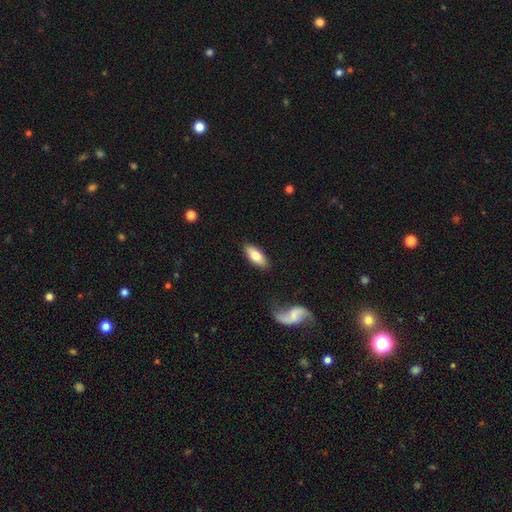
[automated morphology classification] smooth-or-featured: smooth: 71% | featured or disk: 23% | star or artifact: 6%
  how-rounded: in between: 79% | cigar-shaped: 19% | round: 2%
  merging: none: 86% | minor disturbance: 9% | major disturbance: 2% | merger: 2%